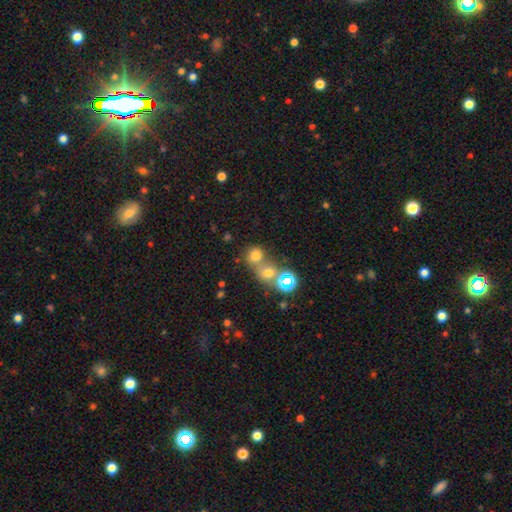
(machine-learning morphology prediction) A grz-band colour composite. It shows a smooth galaxy with no disk features (69%) that is round (81%). Merging: none (48%).